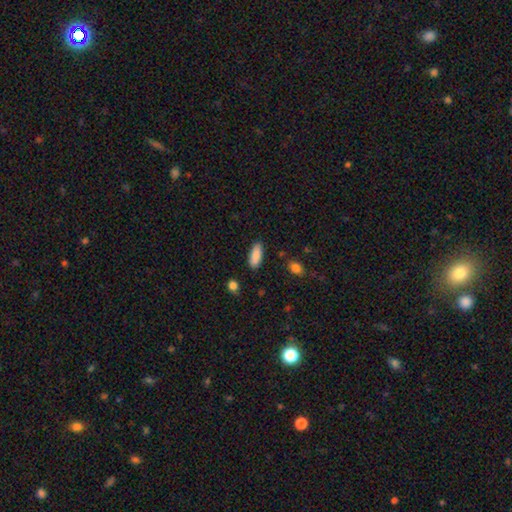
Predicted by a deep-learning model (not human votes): Smooth or featured? smooth (89%)
How rounded? in between (75%)
Merging? none (86%)